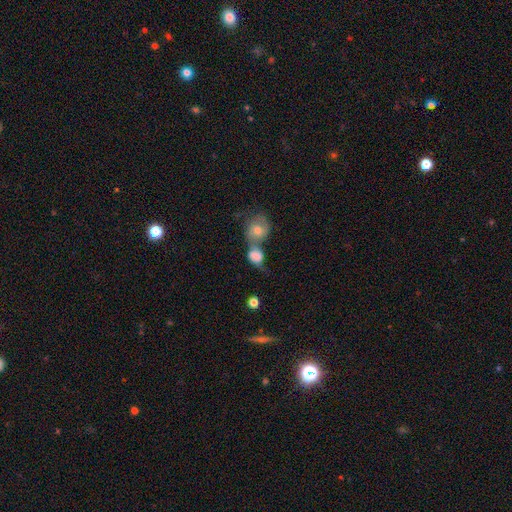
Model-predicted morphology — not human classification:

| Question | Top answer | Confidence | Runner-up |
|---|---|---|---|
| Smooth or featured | smooth | 70% | featured or disk (21%) |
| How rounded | in between | 50% | round (48%) |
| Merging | merger | 61% | none (19%) |